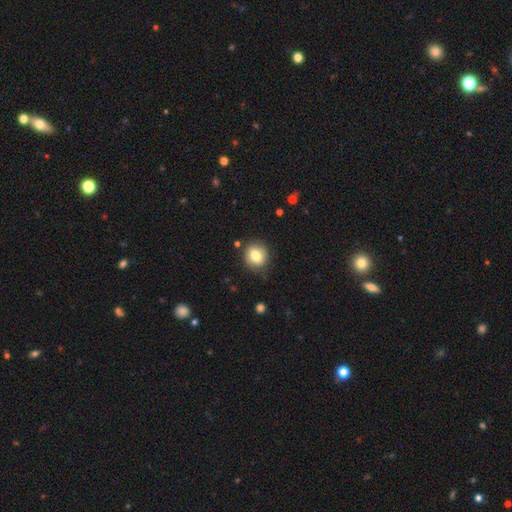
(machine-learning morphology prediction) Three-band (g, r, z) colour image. It shows a smooth galaxy with no disk features (80%) that is round (75%). Merging: none (85%).